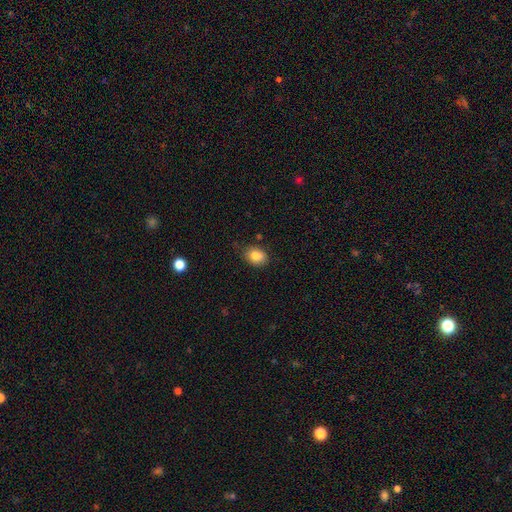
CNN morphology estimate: Smooth or featured? smooth (84%)
How rounded? in between (65%)
Merging? none (76%)